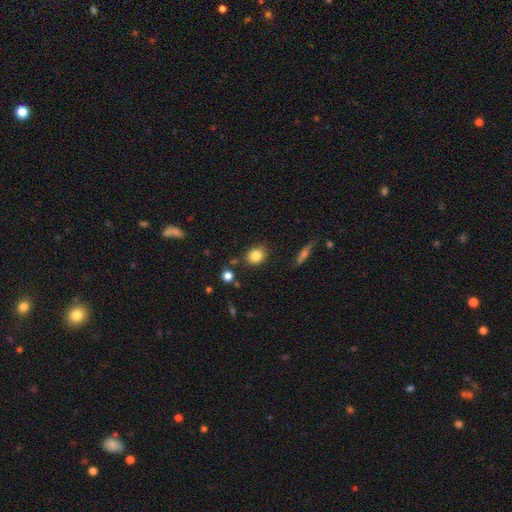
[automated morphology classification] Overall: smooth (85%). How rounded: round (60%; in between 38%). Merging: none (81%).